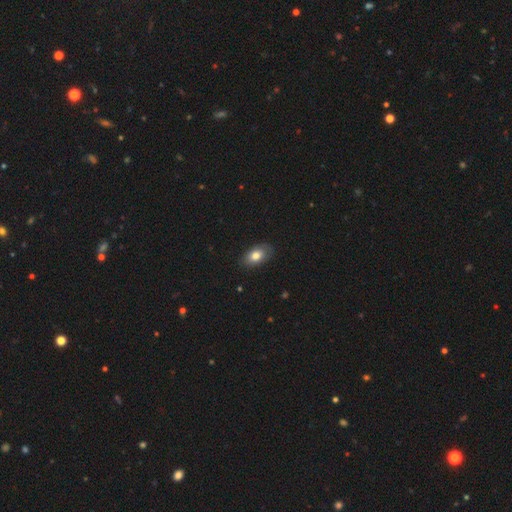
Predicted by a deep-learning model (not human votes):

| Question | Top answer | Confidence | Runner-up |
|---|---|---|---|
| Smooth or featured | smooth | 76% | featured or disk (16%) |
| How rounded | in between | 91% | round (7%) |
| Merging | none | 81% | minor disturbance (15%) |